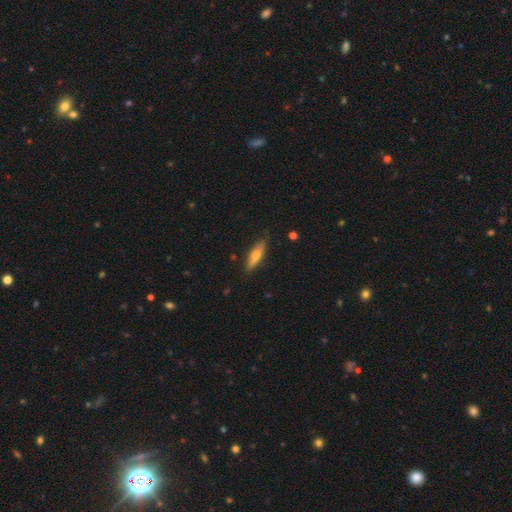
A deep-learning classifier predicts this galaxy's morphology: A smooth galaxy with no disk features (58%) that is cigar-shaped (66%). Merging: none (83%).